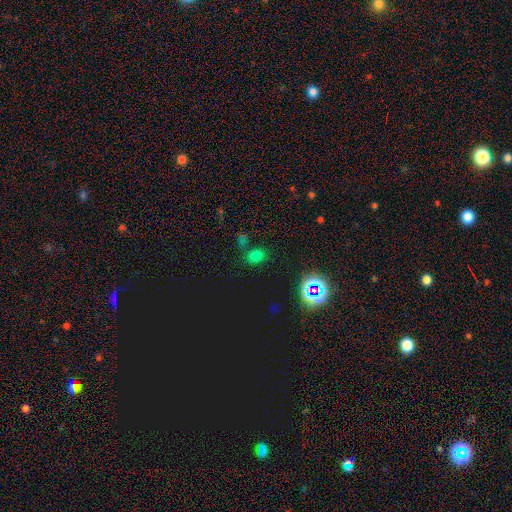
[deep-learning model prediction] This appears to be a smooth galaxy with no disk features (58%) that is in between round and cigar-shaped (59%). Merging: none (74%).